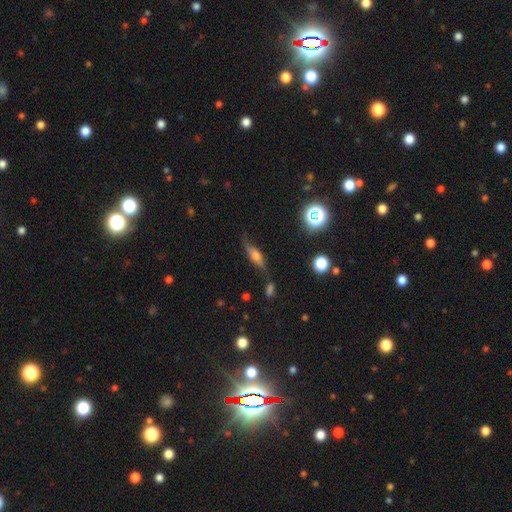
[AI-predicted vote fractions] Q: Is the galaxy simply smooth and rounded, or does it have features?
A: featured or disk — 46%.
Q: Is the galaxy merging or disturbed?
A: none — 64%.